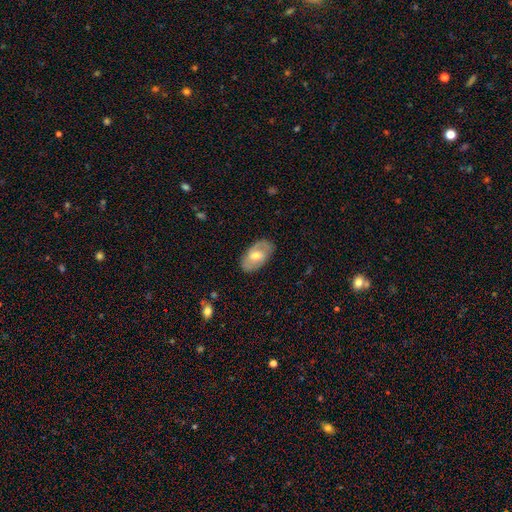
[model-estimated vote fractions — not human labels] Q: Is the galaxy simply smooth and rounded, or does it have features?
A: featured or disk — 49%.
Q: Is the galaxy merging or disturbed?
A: none — 81%.